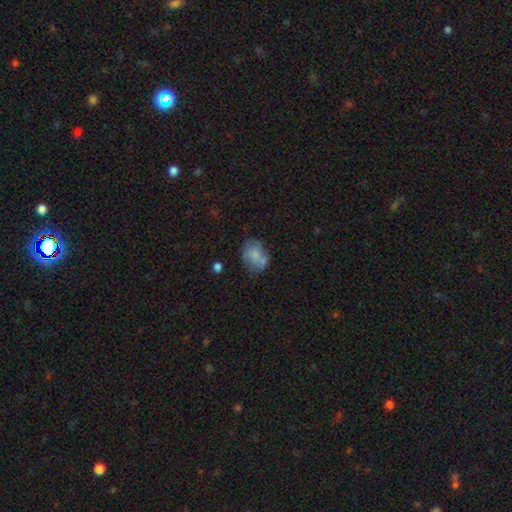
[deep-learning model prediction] smooth 64%, featured or disk 28%, star or artifact 9%. Down the decision tree: how rounded — in between (59%); merging — none (45%).